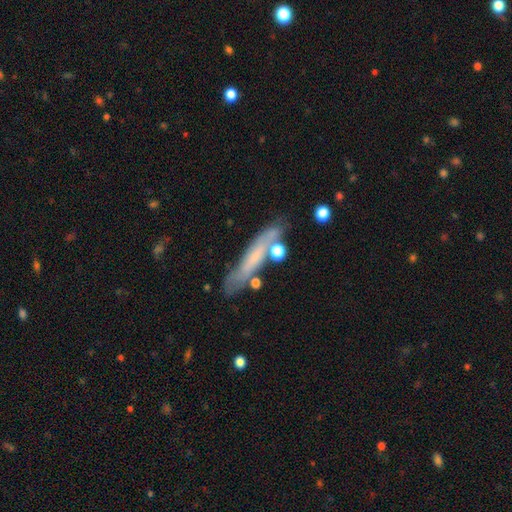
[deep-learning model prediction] Smooth or featured?
  - featured or disk: 47% *
  - smooth: 43%
  - star or artifact: 10%
Merging?
  - none: 66% *
  - minor disturbance: 20%
  - merger: 8%
  - major disturbance: 7%